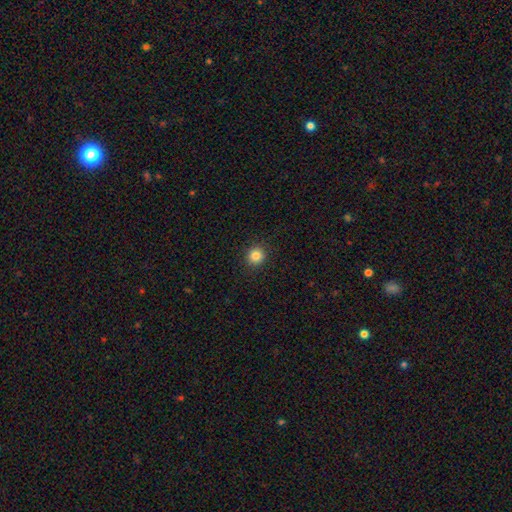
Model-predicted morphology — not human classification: smooth_or_featured: smooth (p=0.84) [alt: star or artifact p=0.11]
how_rounded: round (p=0.92) [alt: in between p=0.08]
merging: none (p=0.92) [alt: minor disturbance p=0.05]